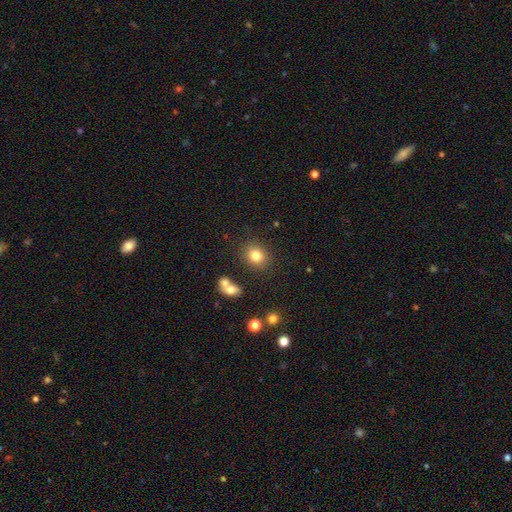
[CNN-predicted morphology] smooth-or-featured: smooth: 80% | star or artifact: 12% | featured or disk: 8%
  how-rounded: round: 68% | in between: 31% | cigar-shaped: 1%
  merging: none: 83% | minor disturbance: 9% | merger: 5% | major disturbance: 3%